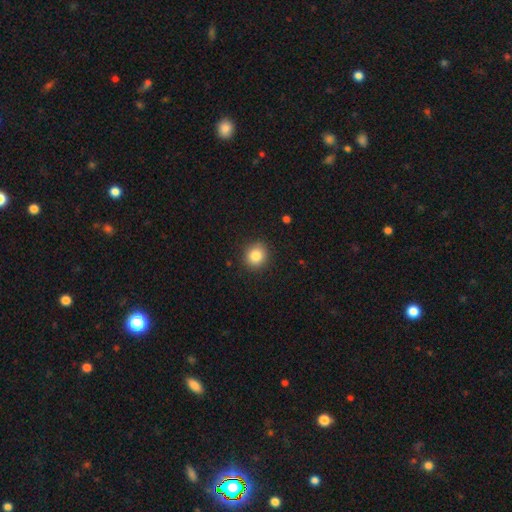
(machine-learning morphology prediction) Smooth or featured? smooth (85%)
How rounded? round (86%)
Merging? none (90%)